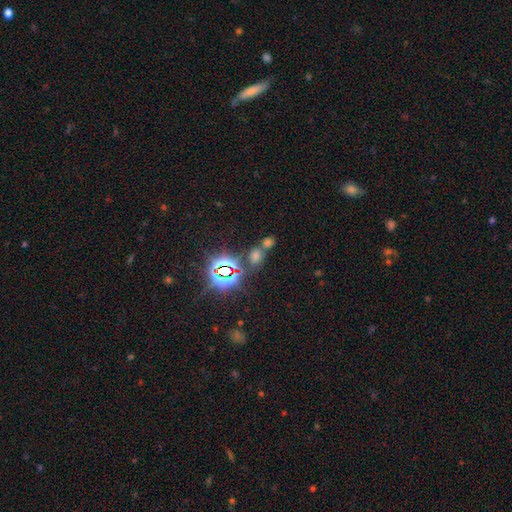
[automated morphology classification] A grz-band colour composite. It shows a star or artifact, not a galaxy (51%).